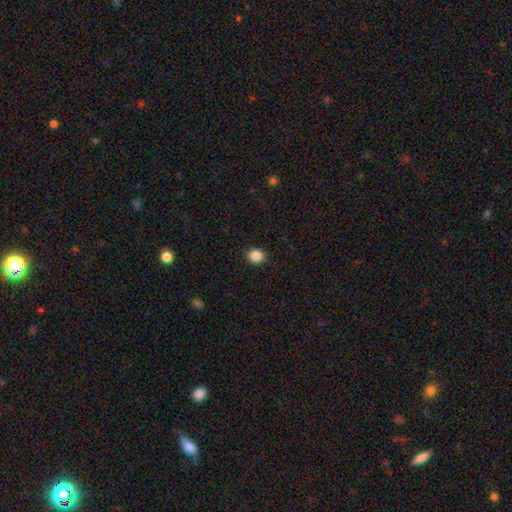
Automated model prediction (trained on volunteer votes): The model was most divided on "how rounded": round: 73%, in between: 26%, cigar-shaped: 1%. More confident: merging — none (91%); smooth or featured — smooth (87%).